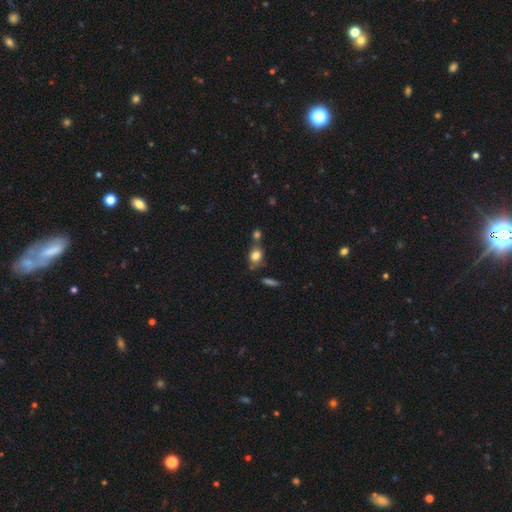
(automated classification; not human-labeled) Q: Smooth or featured?
A: smooth (81%); runner-up: star or artifact (10%)
Q: How rounded?
A: in between (55%); runner-up: round (42%)
Q: Merging?
A: none (56%); runner-up: merger (25%)